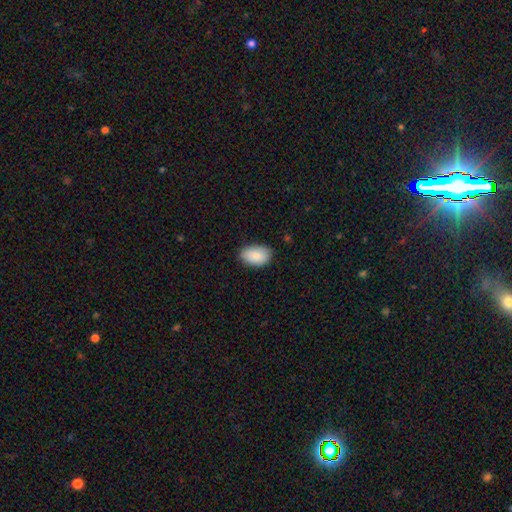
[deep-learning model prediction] smooth 85%, featured or disk 8%, star or artifact 7%. Down the decision tree: how rounded — in between (91%); merging — none (81%).